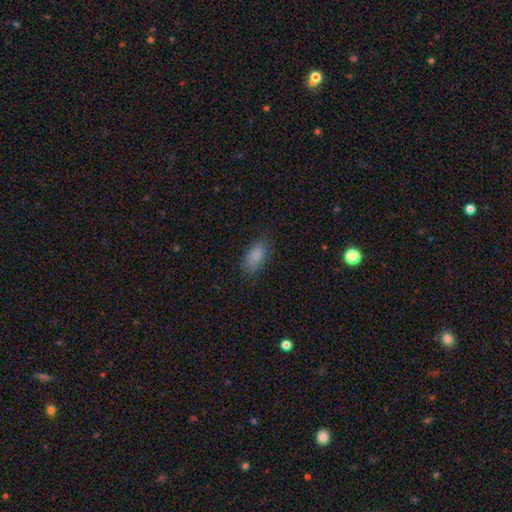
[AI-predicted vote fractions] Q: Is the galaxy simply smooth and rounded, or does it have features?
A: smooth — 86%.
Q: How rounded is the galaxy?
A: in between — 91%.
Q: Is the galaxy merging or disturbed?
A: none — 79%.